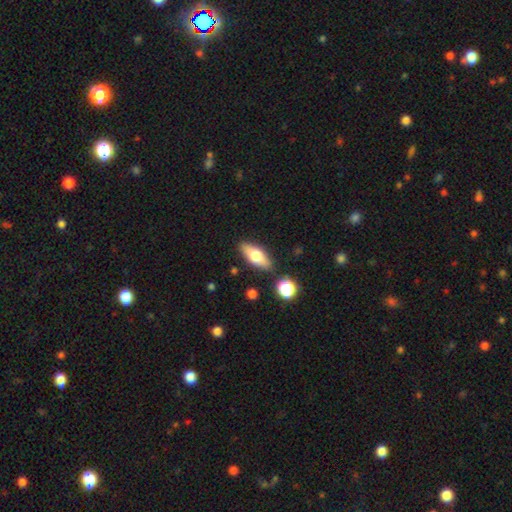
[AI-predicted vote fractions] Smooth or featured?
  - smooth: 61% *
  - featured or disk: 31%
  - star or artifact: 7%
How rounded?
  - in between: 71% *
  - cigar-shaped: 25%
  - round: 4%
Merging?
  - none: 84% *
  - minor disturbance: 10%
  - merger: 4%
  - major disturbance: 2%